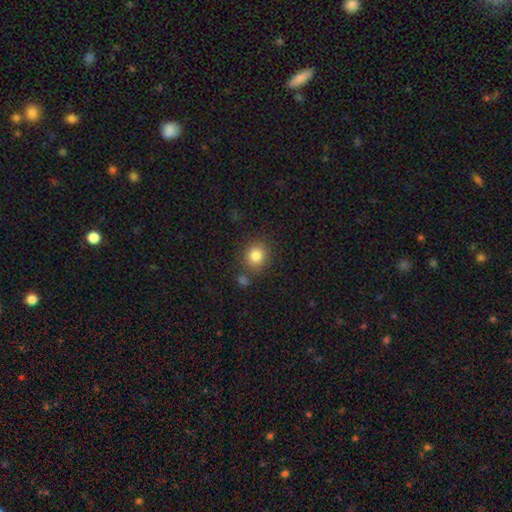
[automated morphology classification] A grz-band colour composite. It shows a smooth galaxy with no disk features (84%) that is round (83%). Merging: none (79%).